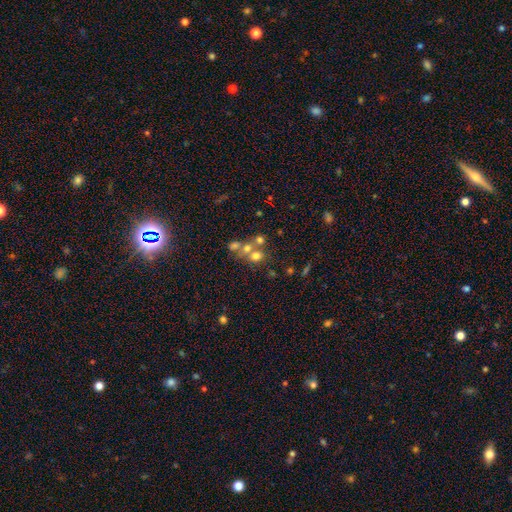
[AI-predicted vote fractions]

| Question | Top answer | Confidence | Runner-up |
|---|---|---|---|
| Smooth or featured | smooth | 59% | featured or disk (22%) |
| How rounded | round | 73% | in between (26%) |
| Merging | merger | 48% | none (38%) |